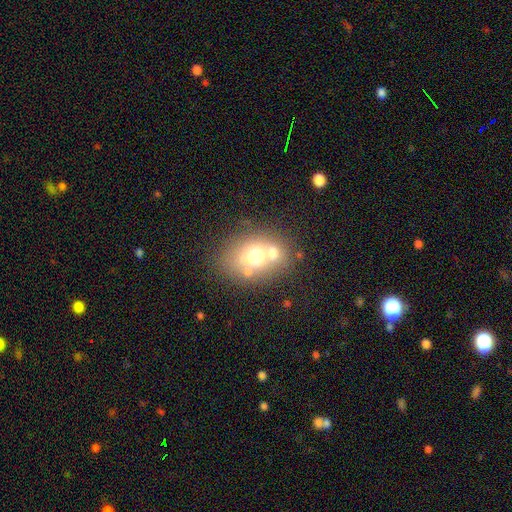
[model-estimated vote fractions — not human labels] A smooth galaxy with no disk features (60%) that is in between round and cigar-shaped (56%). Merging: none (46%).